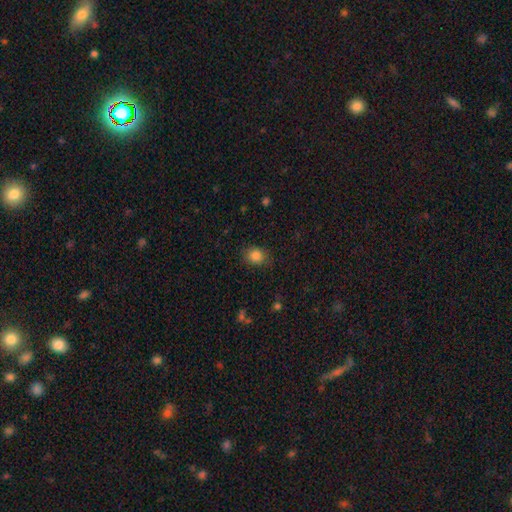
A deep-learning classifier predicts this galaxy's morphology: This appears to be a smooth galaxy with no disk features (85%) that is round (62%). Merging: none (83%).